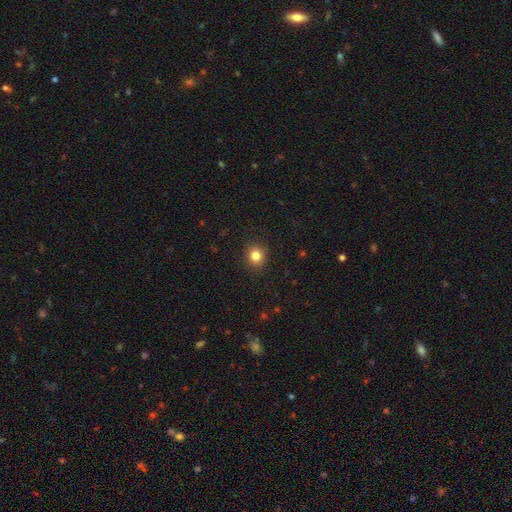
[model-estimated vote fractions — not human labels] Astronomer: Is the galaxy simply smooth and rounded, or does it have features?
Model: smooth — 83%.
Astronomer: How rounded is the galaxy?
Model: round — 84%.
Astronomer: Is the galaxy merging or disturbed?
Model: none — 91%.